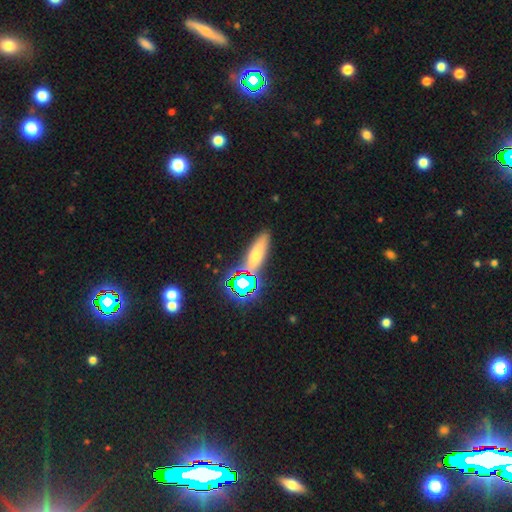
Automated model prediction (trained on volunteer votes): Q: Smooth or featured?
A: smooth (53%); runner-up: star or artifact (27%)
Q: How rounded?
A: cigar-shaped (51%); runner-up: in between (40%)
Q: Merging?
A: none (76%); runner-up: minor disturbance (13%)